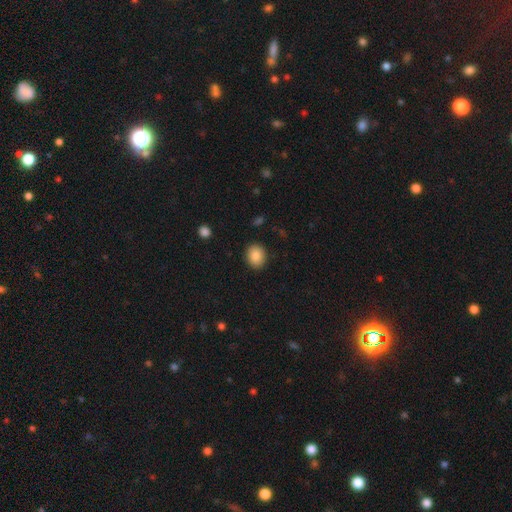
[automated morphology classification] A smooth galaxy with no disk features (87%) that is round (60%).

Vote fractions:
- Smooth or featured? smooth: 87% / star or artifact: 8% / featured or disk: 5%
- How rounded? round: 60% / in between: 39% / cigar-shaped: 1%
- Merging? none: 90% / minor disturbance: 7% / major disturbance: 2% / merger: 1%